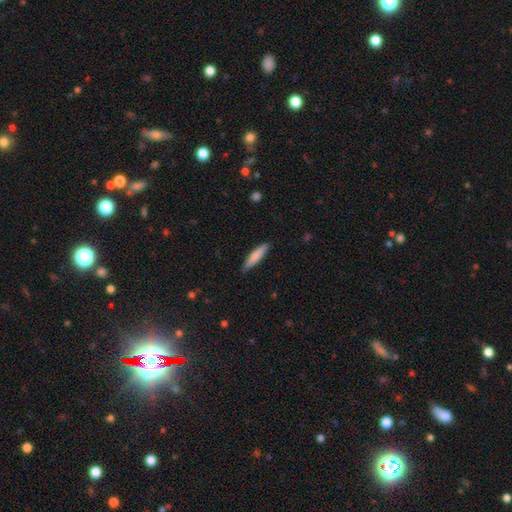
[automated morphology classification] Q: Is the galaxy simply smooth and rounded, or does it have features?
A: smooth — 78%.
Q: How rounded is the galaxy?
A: cigar-shaped — 84%.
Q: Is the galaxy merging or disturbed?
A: none — 86%.